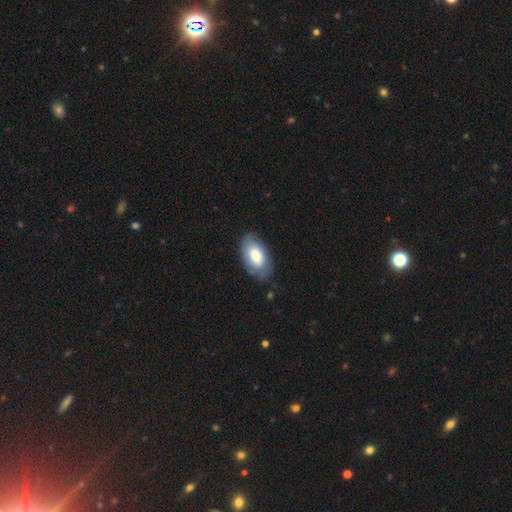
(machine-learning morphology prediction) type=smooth (72%); roundness=in between (95%); merging=none (75%).